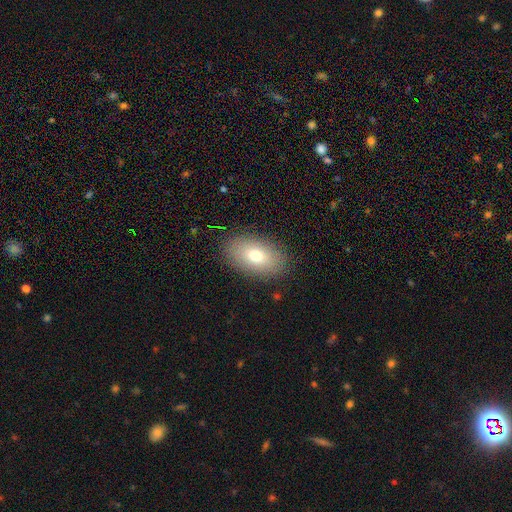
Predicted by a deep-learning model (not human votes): The model was most divided on "smooth or featured": smooth: 74%, featured or disk: 16%, star or artifact: 9%. More confident: how rounded — in between (90%); merging — none (87%).